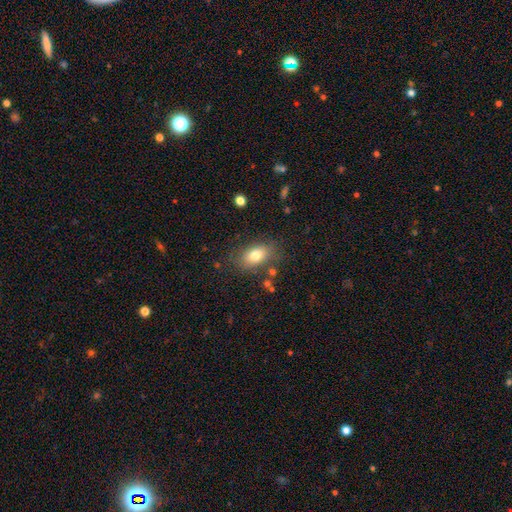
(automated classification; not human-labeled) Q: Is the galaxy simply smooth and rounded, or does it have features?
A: smooth — 77%.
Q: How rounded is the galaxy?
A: in between — 85%.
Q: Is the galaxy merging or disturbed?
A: none — 77%.